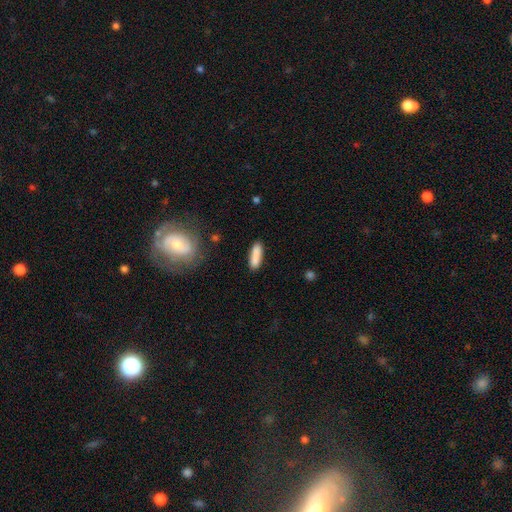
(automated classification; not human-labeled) A smooth galaxy with no disk features (87%) that is cigar-shaped (61%).

Vote fractions:
- Smooth or featured? smooth: 87% / star or artifact: 6% / featured or disk: 6%
- How rounded? cigar-shaped: 61% / in between: 38% / round: 2%
- Merging? none: 86% / minor disturbance: 10% / major disturbance: 2% / merger: 2%